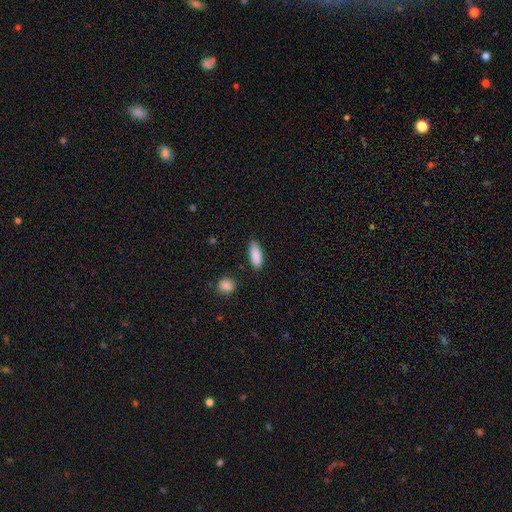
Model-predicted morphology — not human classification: Overall: smooth (88%). How rounded: in between (72%). Merging: none (79%).